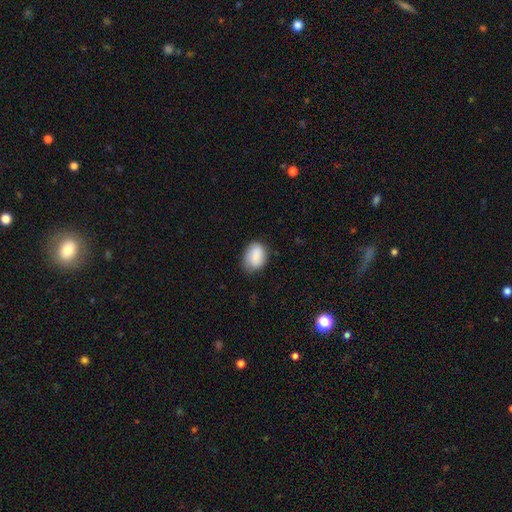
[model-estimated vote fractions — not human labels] smooth-or-featured: smooth: 85% | featured or disk: 8% | star or artifact: 7%
  how-rounded: in between: 73% | round: 26% | cigar-shaped: 1%
  merging: none: 70% | minor disturbance: 24% | major disturbance: 5% | merger: 1%